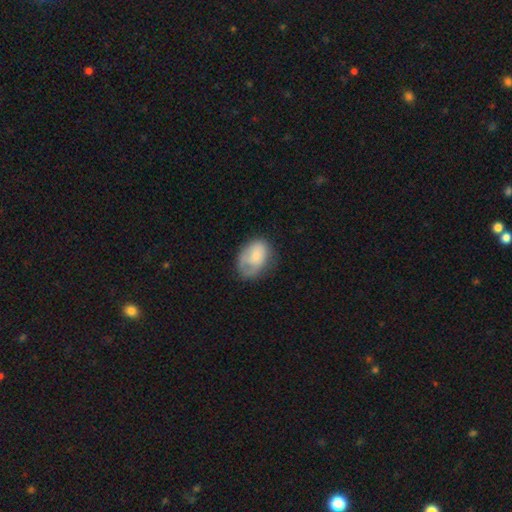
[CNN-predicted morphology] type=smooth (68%); roundness=in between (78%); merging=none (47%).